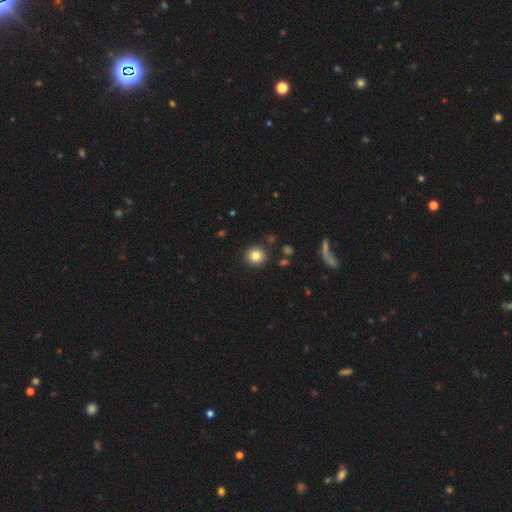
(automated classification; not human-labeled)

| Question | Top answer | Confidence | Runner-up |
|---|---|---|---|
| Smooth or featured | smooth | 83% | star or artifact (10%) |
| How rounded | round | 93% | in between (6%) |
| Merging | none | 90% | minor disturbance (6%) |